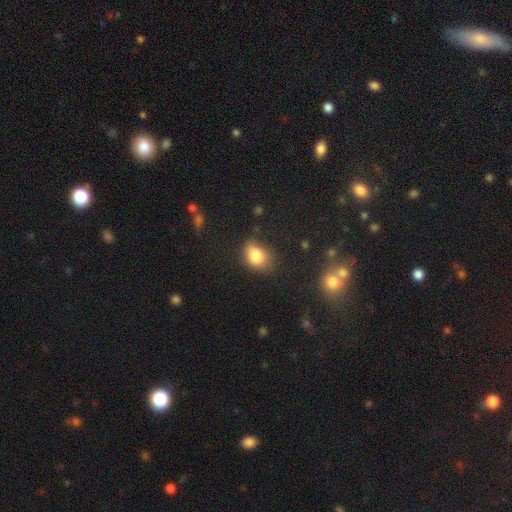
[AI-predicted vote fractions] This appears to be a smooth galaxy with no disk features (83%) that is in between round and cigar-shaped (73%). Merging: none (62%).